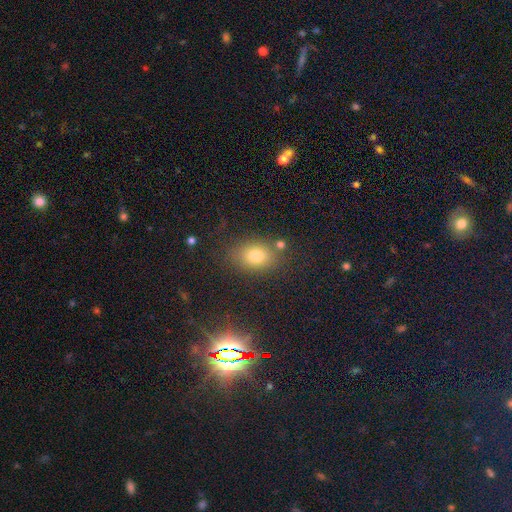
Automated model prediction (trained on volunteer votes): A smooth galaxy with no disk features (67%) that is in between round and cigar-shaped (68%). Merging: none (80%).